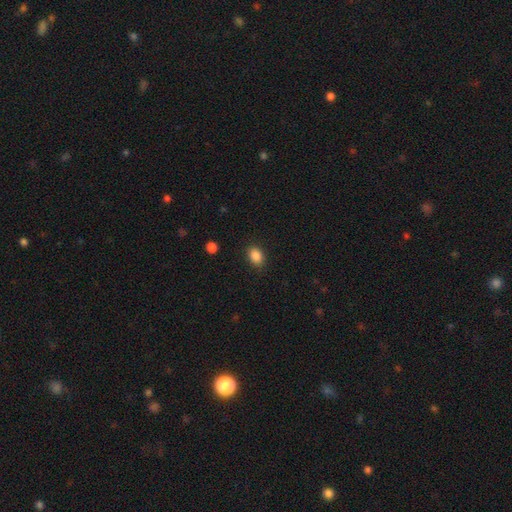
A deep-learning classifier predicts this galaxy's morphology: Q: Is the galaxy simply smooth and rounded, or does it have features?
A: smooth — 87%.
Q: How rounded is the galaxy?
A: in between — 74%.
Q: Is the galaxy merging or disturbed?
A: none — 87%.